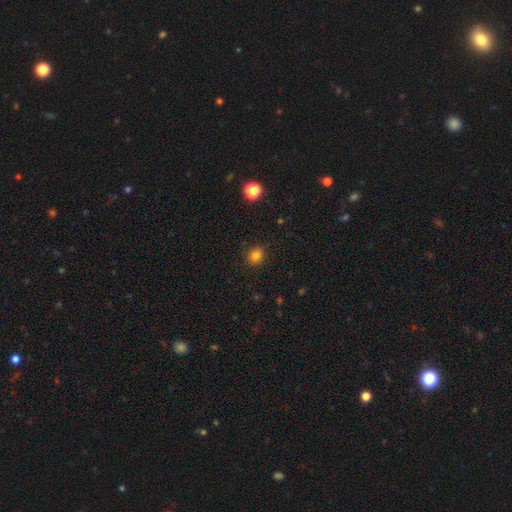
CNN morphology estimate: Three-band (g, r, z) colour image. It shows a smooth galaxy with no disk features (80%) that is round (63%). Merging: none (87%).